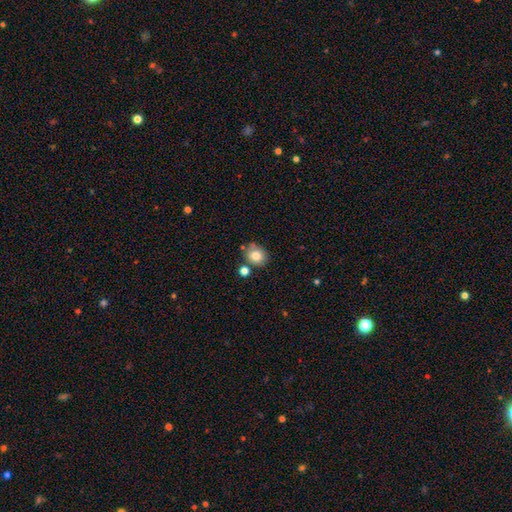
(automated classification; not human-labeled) Overall: smooth (81%). How rounded: round (66%; in between 33%). Merging: none (69%).